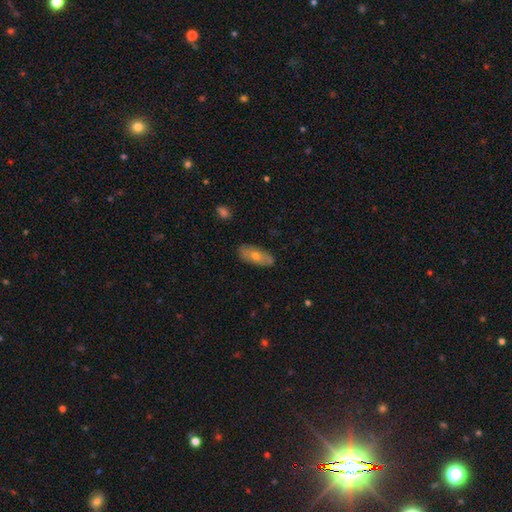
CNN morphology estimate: The model was most divided on "smooth or featured": smooth: 54%, featured or disk: 38%, star or artifact: 8%. More confident: merging — none (84%); how rounded — in between (78%).